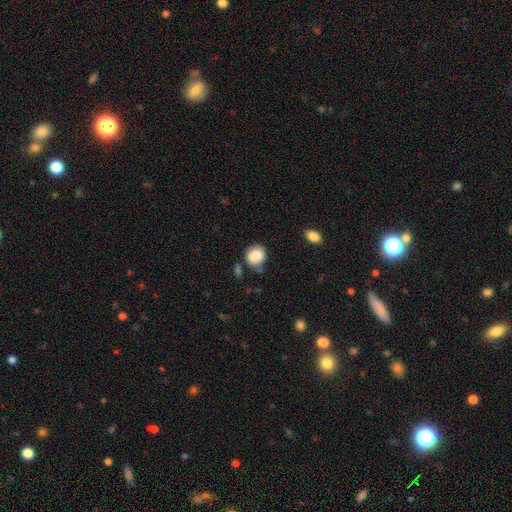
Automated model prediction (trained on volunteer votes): Q: Smooth or featured?
A: smooth (87%); runner-up: star or artifact (8%)
Q: How rounded?
A: round (78%); runner-up: in between (21%)
Q: Merging?
A: none (65%); runner-up: minor disturbance (23%)